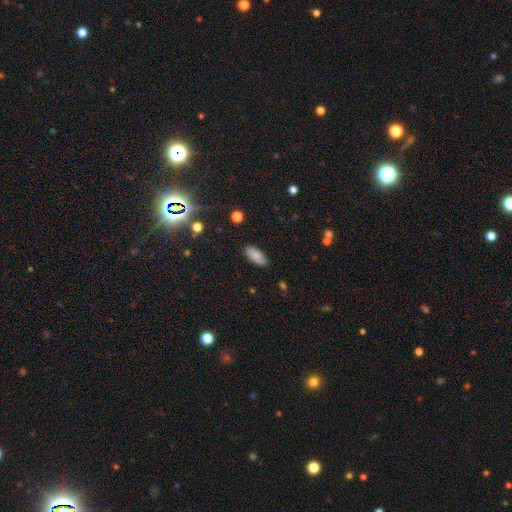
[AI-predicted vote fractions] This is clearly a smooth galaxy (84%). How rounded: clearly in between (89%). Merging: clearly none (87%).